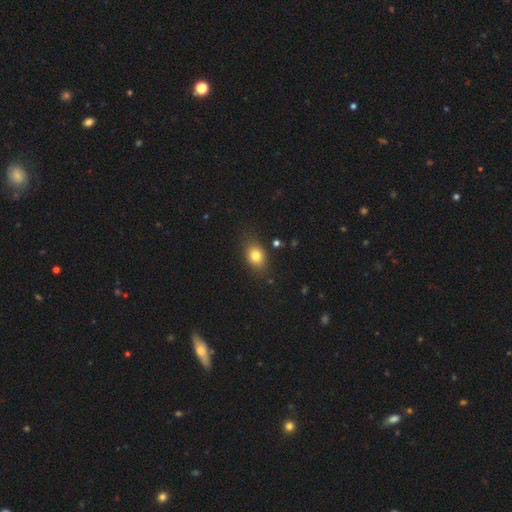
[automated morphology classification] smooth-or-featured: smooth: 79% | star or artifact: 10% | featured or disk: 10%
  how-rounded: in between: 70% | round: 28% | cigar-shaped: 2%
  merging: none: 81% | minor disturbance: 14% | major disturbance: 4% | merger: 2%